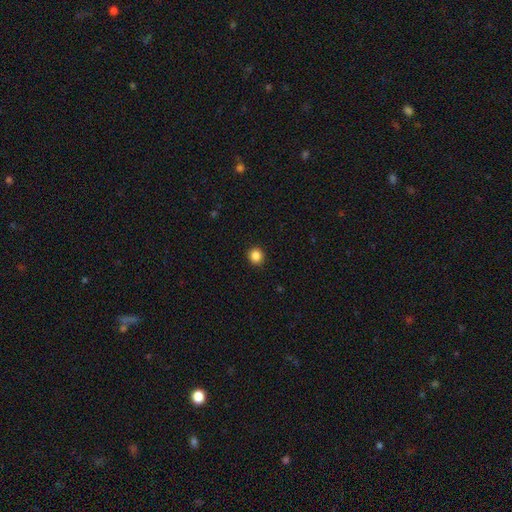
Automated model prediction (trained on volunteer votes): This appears to be a smooth galaxy with no disk features (86%) that is round (91%). Merging: none (92%).